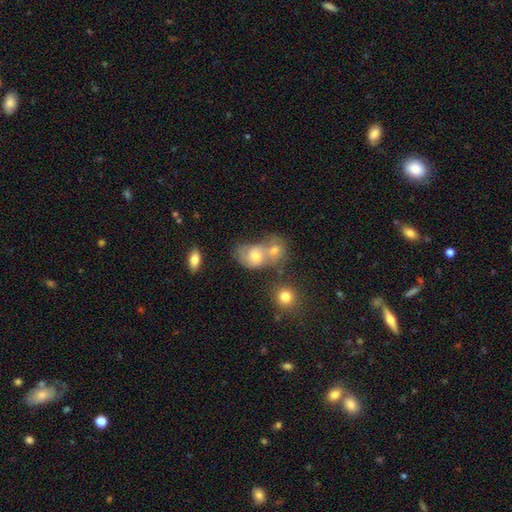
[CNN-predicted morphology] Smooth or featured? smooth (51%)
How rounded? in between (58%)
Merging? merger (57%)